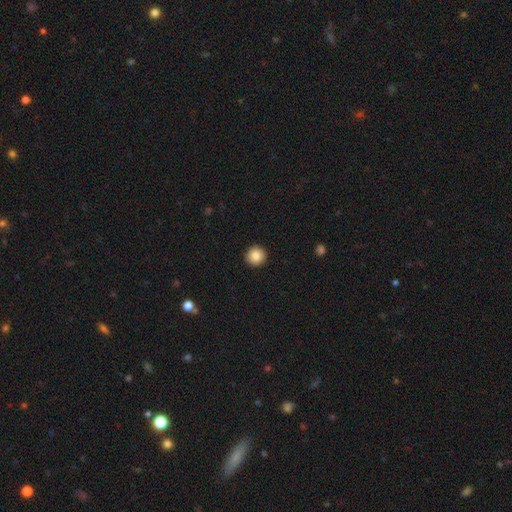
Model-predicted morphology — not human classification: smooth 87%, star or artifact 9%, featured or disk 5%. Down the decision tree: how rounded — round (95%); merging — none (93%).